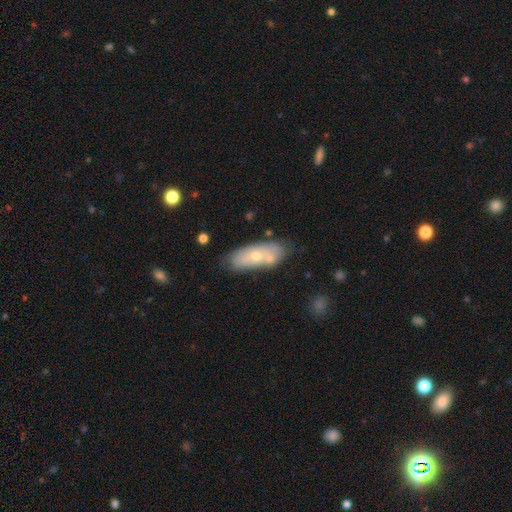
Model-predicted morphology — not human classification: Smooth or featured? smooth (52%)
How rounded? in between (76%)
Merging? none (61%)